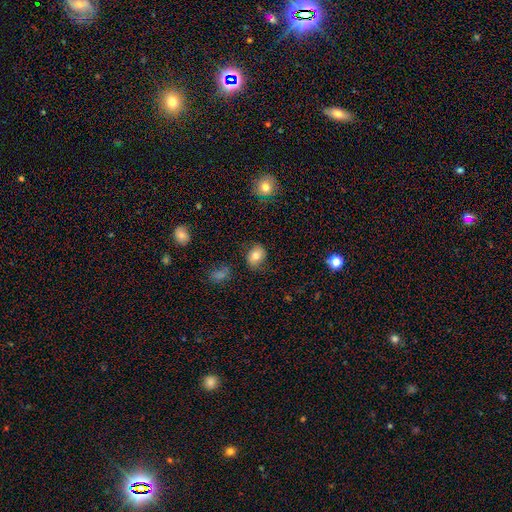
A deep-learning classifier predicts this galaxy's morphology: The model was most divided on "how rounded": in between: 56%, round: 43%, cigar-shaped: 1%. More confident: smooth or featured — smooth (79%); merging — none (74%).